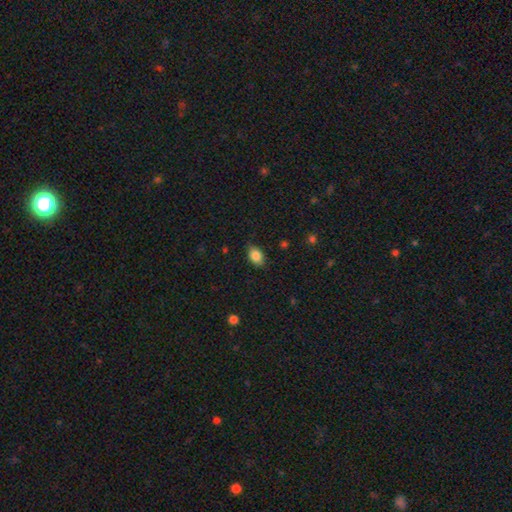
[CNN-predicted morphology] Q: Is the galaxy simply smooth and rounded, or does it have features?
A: smooth — 85%.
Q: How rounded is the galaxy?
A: in between — 82%.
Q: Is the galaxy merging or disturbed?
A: none — 82%.